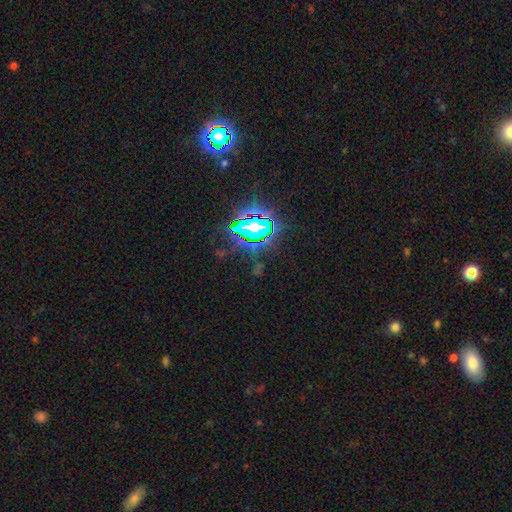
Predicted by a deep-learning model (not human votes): This appears to be a star or artifact, not a galaxy (81%).